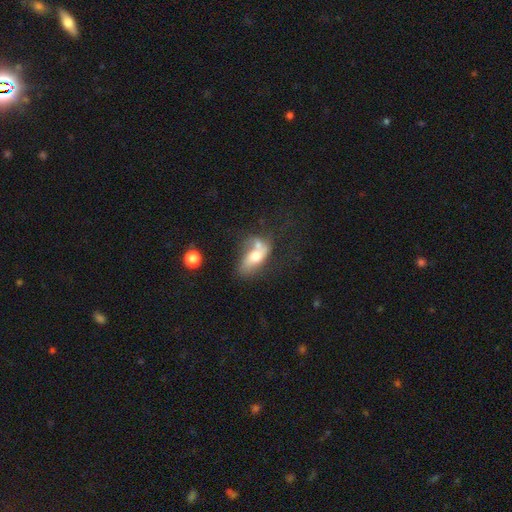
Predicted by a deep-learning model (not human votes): The model was most divided on "merging": merger: 36%, none: 31%, minor disturbance: 19%, major disturbance: 14%. More confident: how rounded — in between (82%); smooth or featured — smooth (54%).